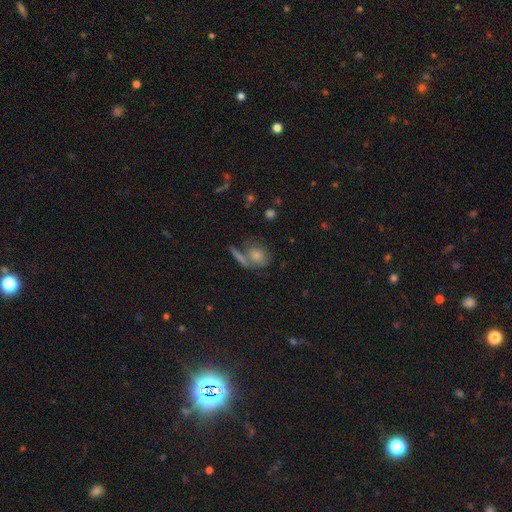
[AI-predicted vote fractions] A smooth galaxy with no disk features (75%) that is round (54%). Merging: none (51%).